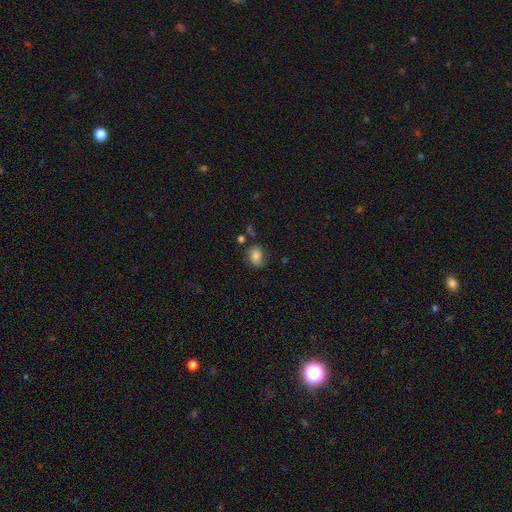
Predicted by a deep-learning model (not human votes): Overall: smooth (79%). How rounded: in between (63%; round 36%). Merging: none (67%).